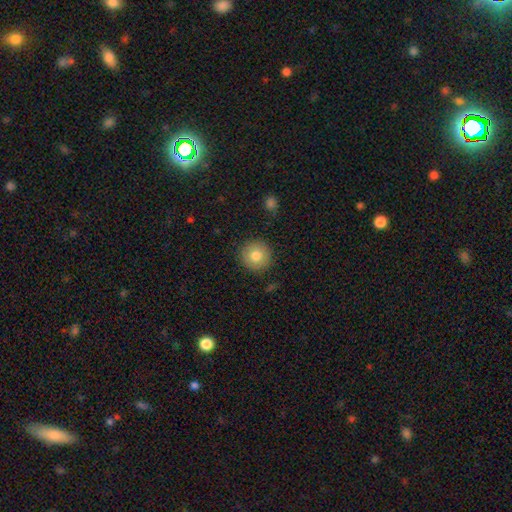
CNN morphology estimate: Smooth or featured: smooth — 80% (featured or disk — 11%)
How rounded: round — 95% (in between — 4%)
Merging: none — 90% (minor disturbance — 6%)